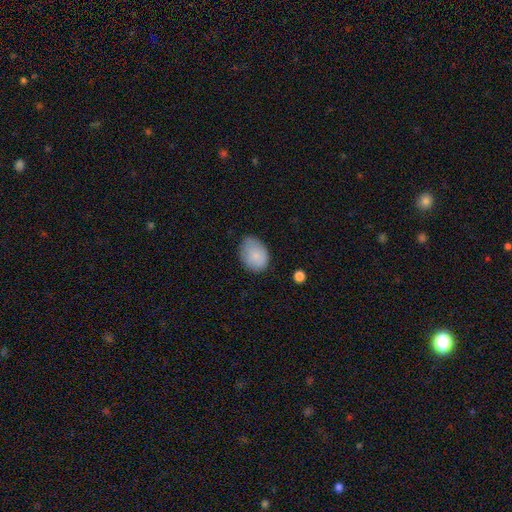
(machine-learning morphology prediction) Overall: smooth (85%). How rounded: in between (71%). Merging: none (64%; minor disturbance 29%).